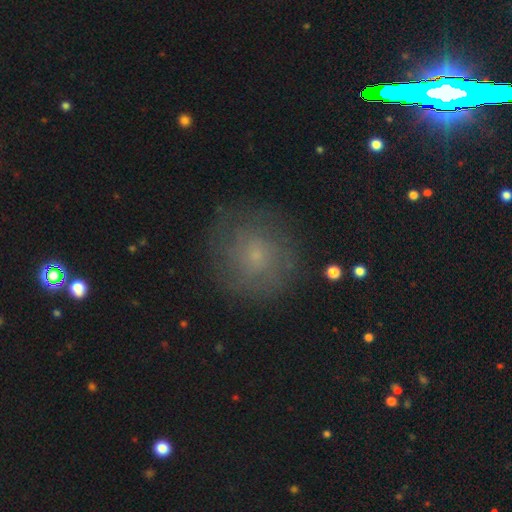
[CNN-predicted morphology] Smooth or featured? smooth (48%)
Merging? none (79%)